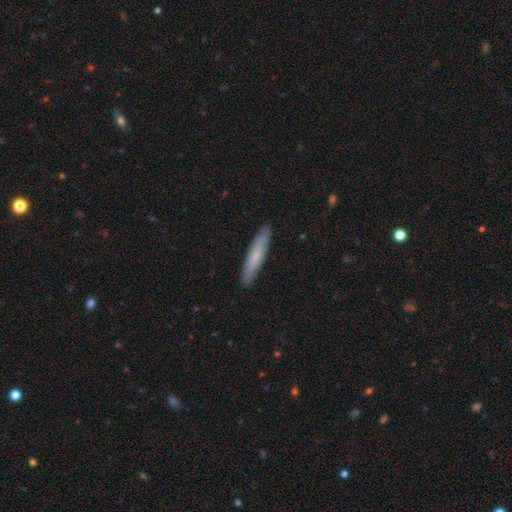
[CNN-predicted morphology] Overall: smooth (68%). How rounded: cigar-shaped (89%). Merging: none (90%).